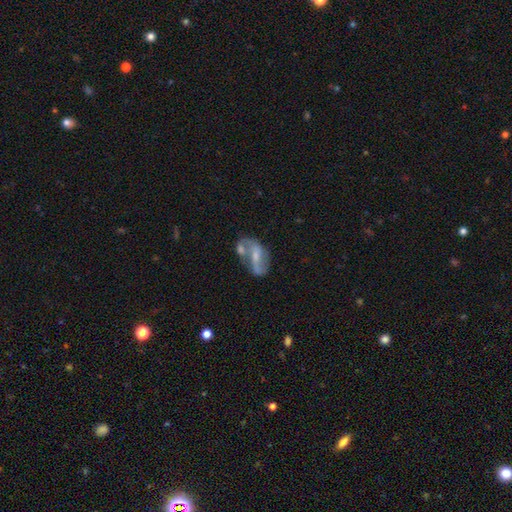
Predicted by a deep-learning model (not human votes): Morphology: type=featured or disk (68%); edge-on=no (94%); bar=weak (38%); spiral arms=yes (73%); bulge=small (46%); merging=none (36%).